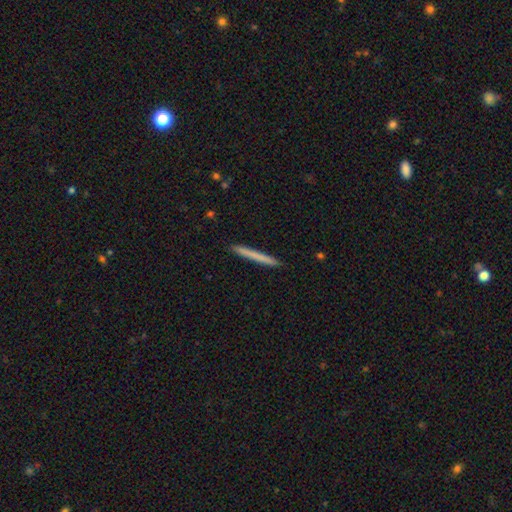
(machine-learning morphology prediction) type=smooth (71%); roundness=cigar-shaped (97%); merging=none (92%).